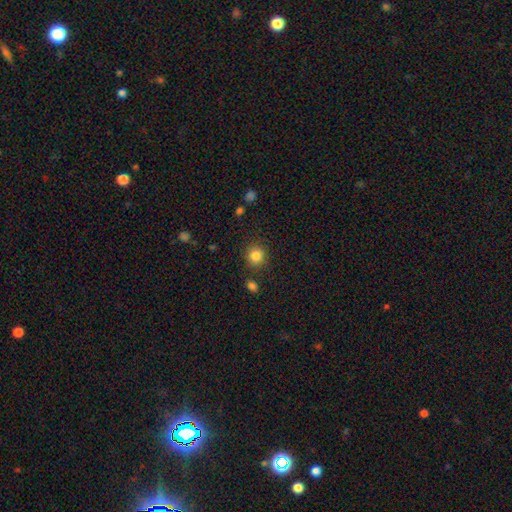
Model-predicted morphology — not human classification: Smooth or featured?
  - smooth: 85% *
  - star or artifact: 10%
  - featured or disk: 5%
How rounded?
  - round: 88% *
  - in between: 11%
  - cigar-shaped: 1%
Merging?
  - none: 85% *
  - minor disturbance: 8%
  - merger: 3%
  - major disturbance: 3%